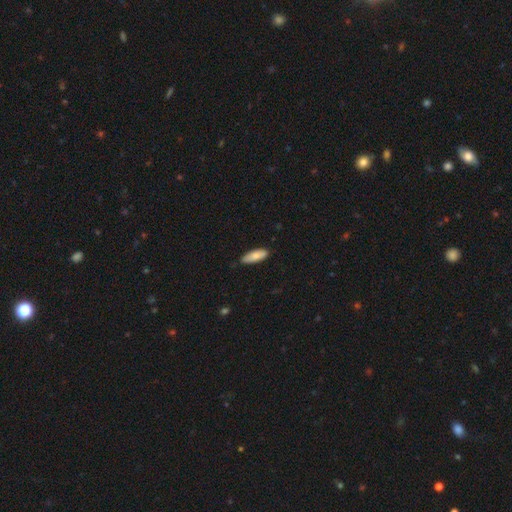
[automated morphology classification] smooth_or_featured: smooth (p=0.81) [alt: featured or disk p=0.13]
how_rounded: in between (p=0.63) [alt: cigar-shaped p=0.35]
merging: none (p=0.83) [alt: minor disturbance p=0.14]